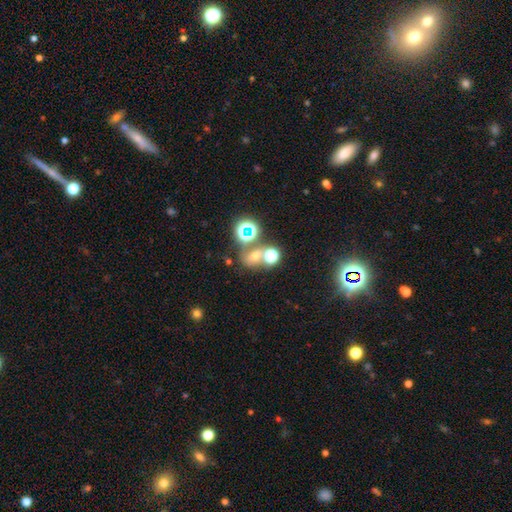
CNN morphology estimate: smooth-or-featured: star or artifact: 46% | smooth: 39% | featured or disk: 15%